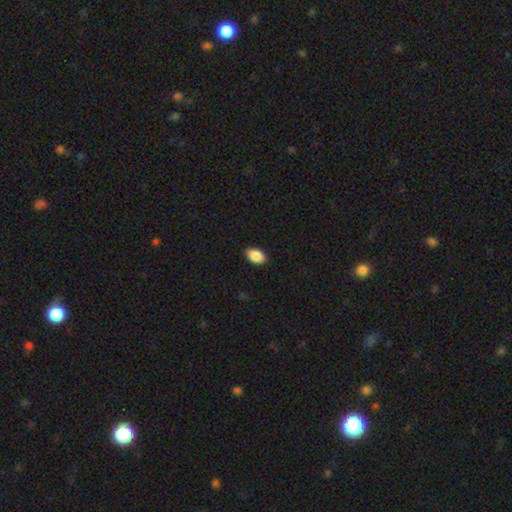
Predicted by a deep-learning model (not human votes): Smooth or featured?
  - smooth: 89% *
  - star or artifact: 7%
  - featured or disk: 4%
How rounded?
  - in between: 92% *
  - round: 7%
  - cigar-shaped: 1%
Merging?
  - none: 88% *
  - minor disturbance: 9%
  - major disturbance: 2%
  - merger: 1%